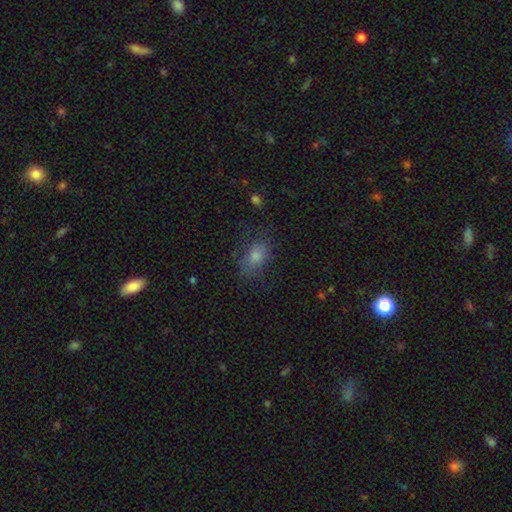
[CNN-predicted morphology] smooth_or_featured: smooth (p=0.70) [alt: star or artifact p=0.16]
how_rounded: in between (p=0.80) [alt: round p=0.16]
merging: none (p=0.69) [alt: minor disturbance p=0.20]